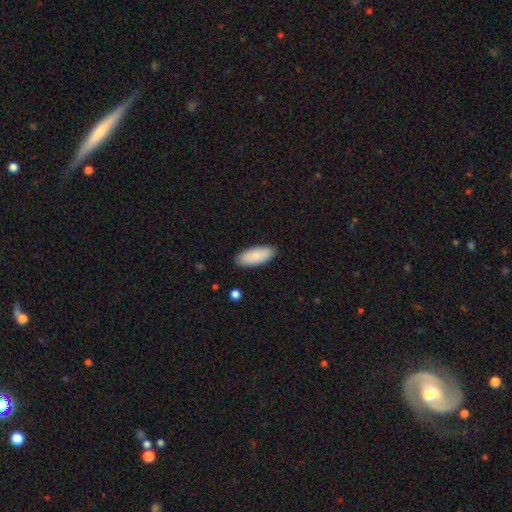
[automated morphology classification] Smooth or featured: smooth — 88% (featured or disk — 6%)
How rounded: in between — 84% (cigar-shaped — 15%)
Merging: none — 88% (minor disturbance — 9%)